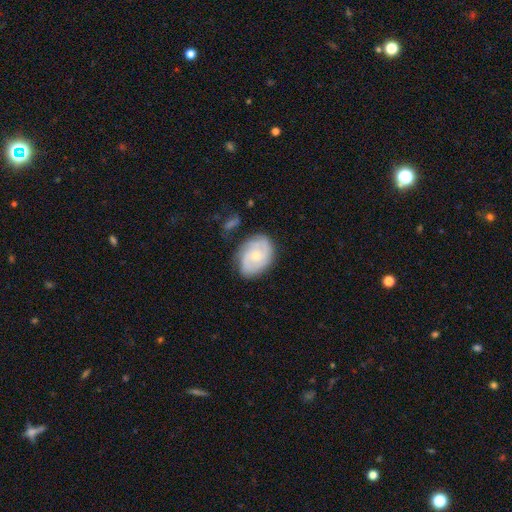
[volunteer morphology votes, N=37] featured or disk 81%, smooth 11%, star or artifact 8%. Down the decision tree: edge-on disk — no (93%); bar — no (57%); spiral arms — yes (100%); spiral arm count — 2 (43%); spiral winding — tight (46%); bulge size — small (71%); merging — none (76%).